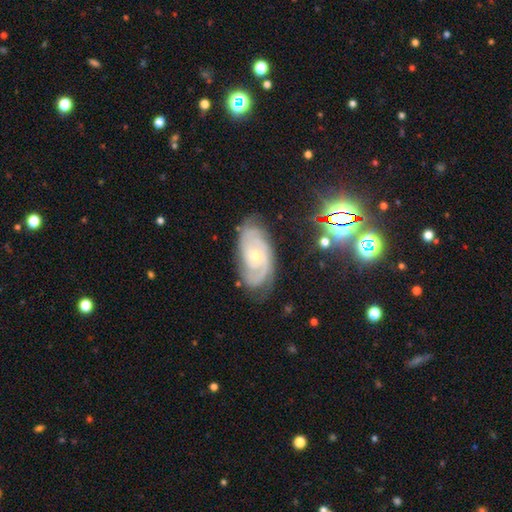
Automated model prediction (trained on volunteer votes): Q: Smooth or featured?
A: featured or disk (84%); runner-up: smooth (9%)
Q: Edge-on disk?
A: no (95%); runner-up: yes (5%)
Q: Bar?
A: no (69%); runner-up: weak (25%)
Q: Spiral arms?
A: yes (96%); runner-up: no (4%)
Q: Spiral winding?
A: tight (65%); runner-up: medium (29%)
Q: Spiral arm count?
A: 2 (39%); runner-up: can't tell (25%)
Q: Bulge size?
A: small (59%); runner-up: moderate (38%)
Q: Merging?
A: none (74%); runner-up: minor disturbance (19%)